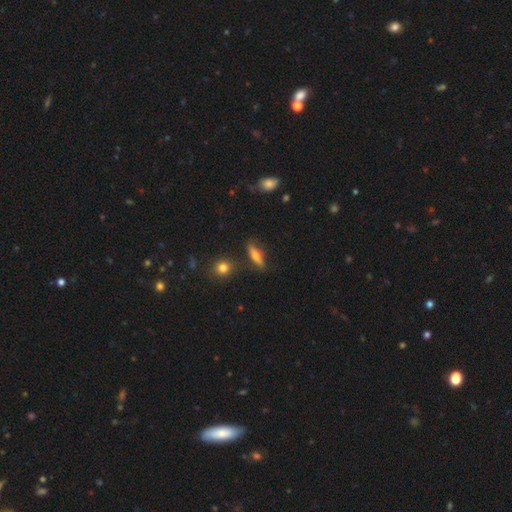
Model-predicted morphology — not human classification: This is possibly a smooth galaxy (59%). How rounded: likely cigar-shaped (62%). Merging: clearly none (81%).